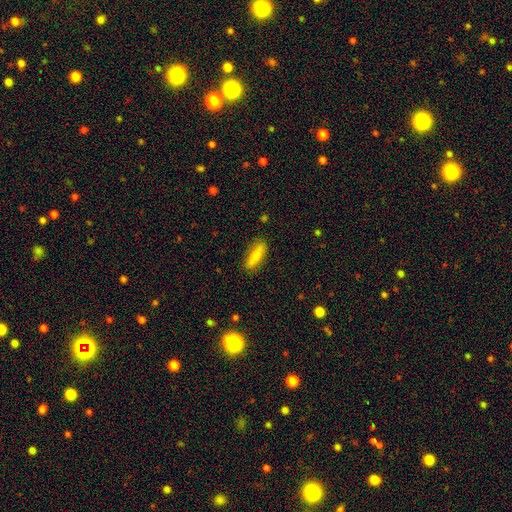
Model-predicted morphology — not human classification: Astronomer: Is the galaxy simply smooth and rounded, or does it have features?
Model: smooth — 81%.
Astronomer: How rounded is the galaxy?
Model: cigar-shaped — 55% (runner-up: in between, 43%).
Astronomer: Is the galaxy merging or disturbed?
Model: none — 86%.